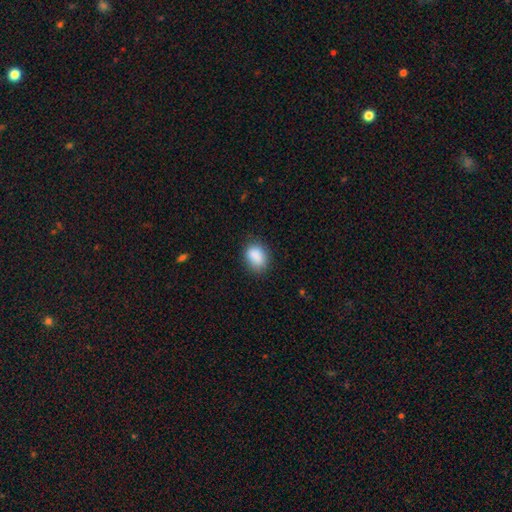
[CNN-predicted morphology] This appears to be a smooth galaxy with no disk features (88%) that is in between round and cigar-shaped (70%). Merging: none (80%).